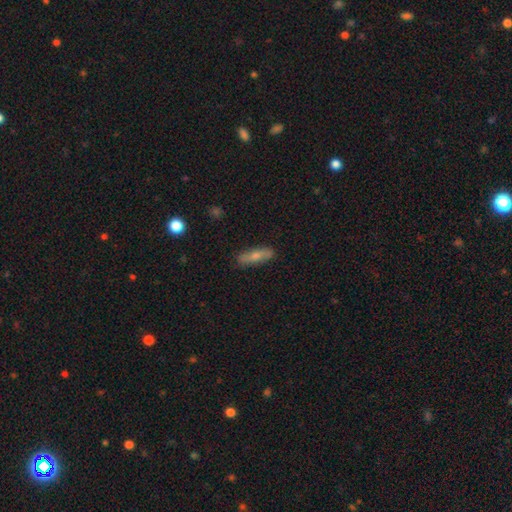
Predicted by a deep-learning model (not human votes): This appears to be a smooth galaxy with no disk features (67%) that is cigar-shaped (60%). Merging: none (84%).